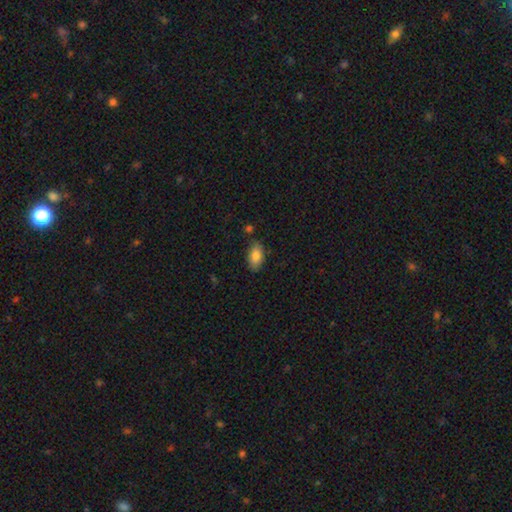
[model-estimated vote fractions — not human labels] Smooth or featured? smooth (83%)
How rounded? in between (92%)
Merging? none (80%)